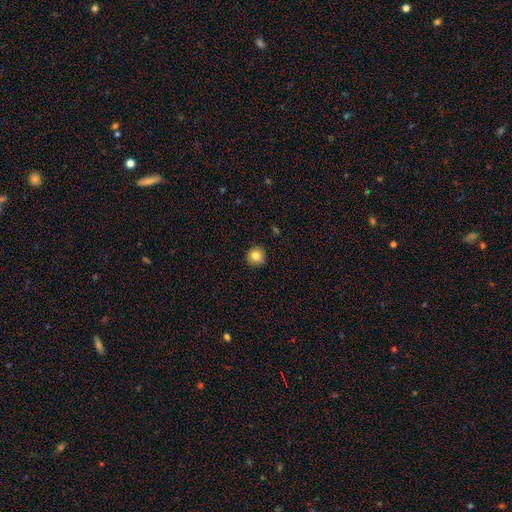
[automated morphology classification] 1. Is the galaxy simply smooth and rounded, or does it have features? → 82% smooth, 10% star or artifact, 8% featured or disk.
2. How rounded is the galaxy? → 93% round, 6% in between, 1% cigar-shaped.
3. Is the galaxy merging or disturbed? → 90% none, 7% minor disturbance, 2% major disturbance, 1% merger.